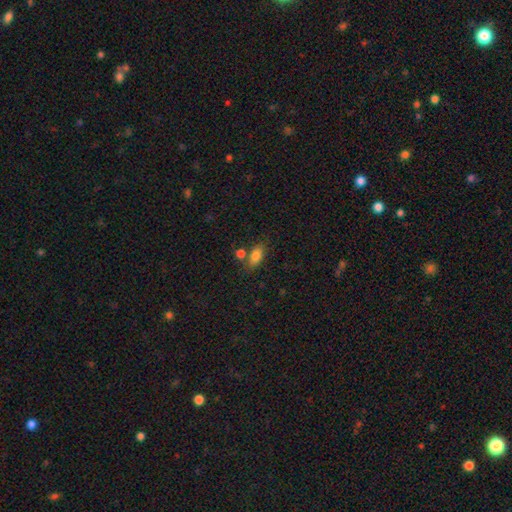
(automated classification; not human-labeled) This appears to be a smooth galaxy with no disk features (82%) that is in between round and cigar-shaped (85%). Merging: none (65%).